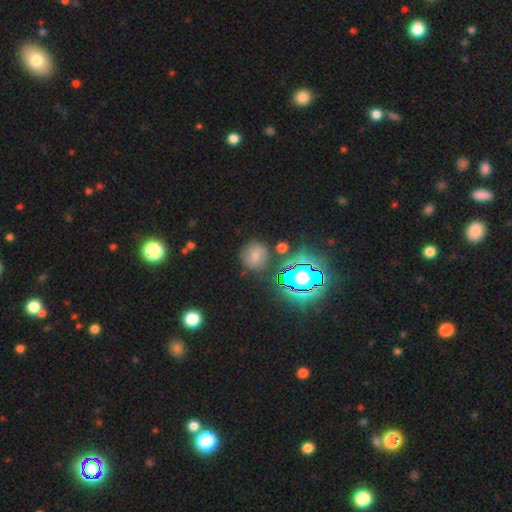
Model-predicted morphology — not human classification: Smooth or featured? Predicted: smooth (p=0.63). How rounded? Predicted: round (p=0.87). Merging? Predicted: none (p=0.79).